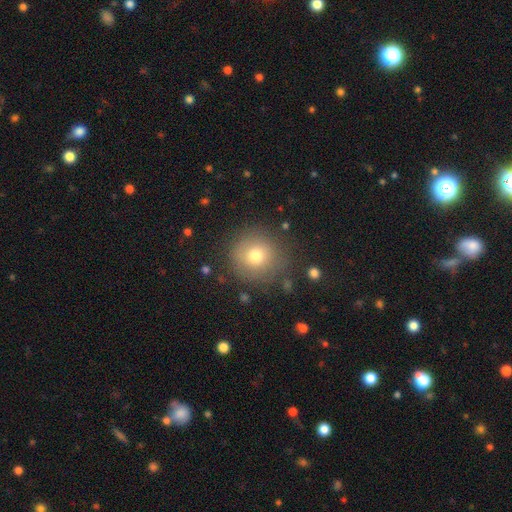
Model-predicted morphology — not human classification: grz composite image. It shows a smooth galaxy with no disk features (74%) that is round (94%). Merging: none (84%).